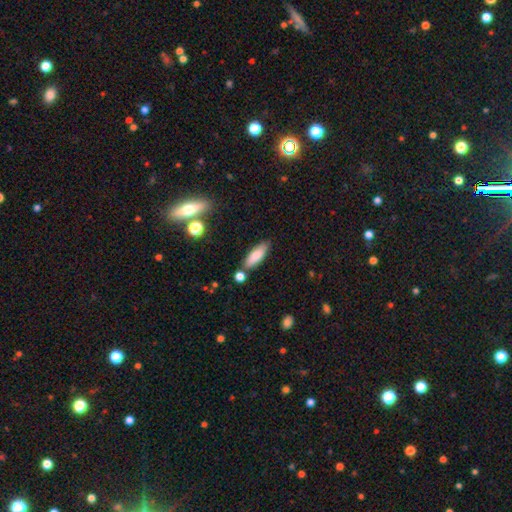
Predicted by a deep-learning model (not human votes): smooth 81%, featured or disk 12%, star or artifact 7%. Down the decision tree: how rounded — in between (61%); merging — none (75%).